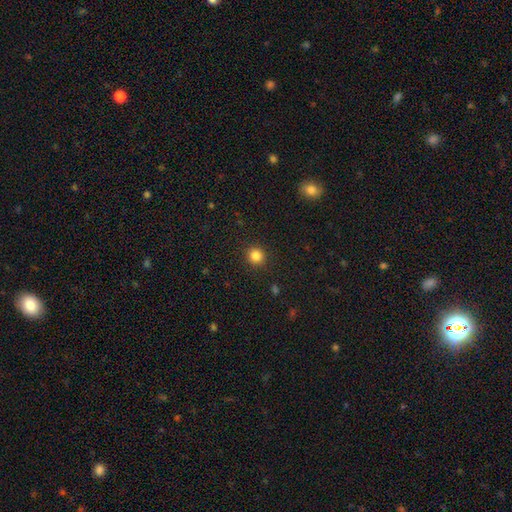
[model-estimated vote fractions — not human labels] smooth 84%, star or artifact 12%, featured or disk 4%. Down the decision tree: how rounded — round (93%); merging — none (92%).